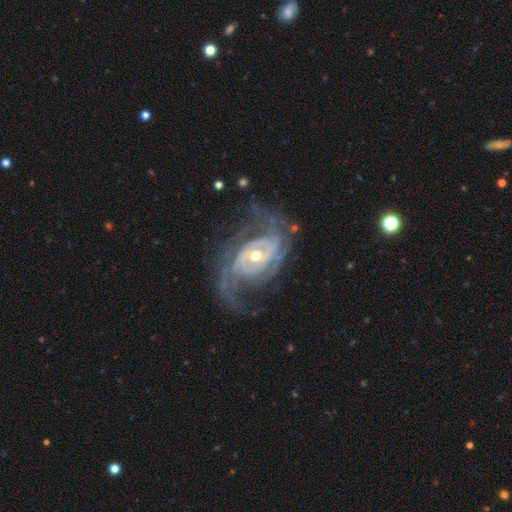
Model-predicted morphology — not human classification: A featured or disk galaxy (91%) with no bar (46%), 2 (51%) medium (42%) spiral arms (96%) and a moderate central bulge (52%).

Vote fractions:
- Smooth or featured? featured or disk: 91% / star or artifact: 5% / smooth: 4%
- Edge-on disk? no: 96% / yes: 4%
- Bar? no: 46% / weak: 34% / strong: 20%
- Spiral arms? yes: 96% / no: 4%
- Spiral winding? medium: 42% / tight: 38% / loose: 20%
- Spiral arm count? 2: 51% / can't tell: 17% / 3: 15% / 4: 6% / 1: 6% / more than 4: 5%
- Bulge size? moderate: 52% / small: 43% / large: 3% / none: 1% / dominant: 1%
- Merging? none: 57% / major disturbance: 23% / minor disturbance: 18% / merger: 2%